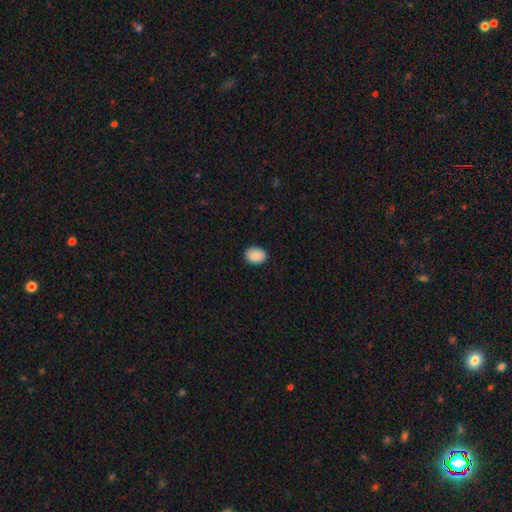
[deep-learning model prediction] The model was most divided on "how rounded": in between: 64%, round: 35%, cigar-shaped: 1%. More confident: smooth or featured — smooth (88%); merging — none (88%).